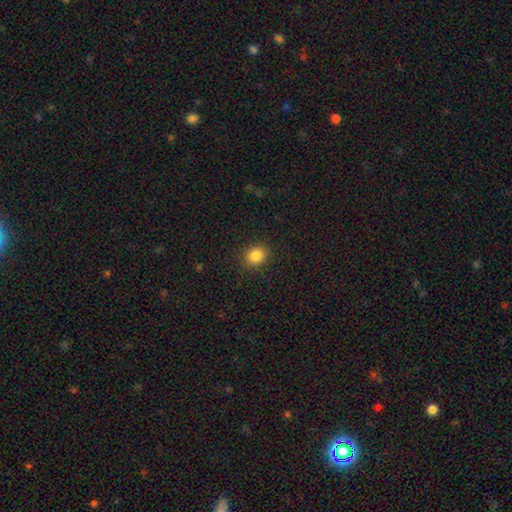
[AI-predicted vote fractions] Morphology: type=smooth (85%); roundness=round (64%); merging=none (89%).